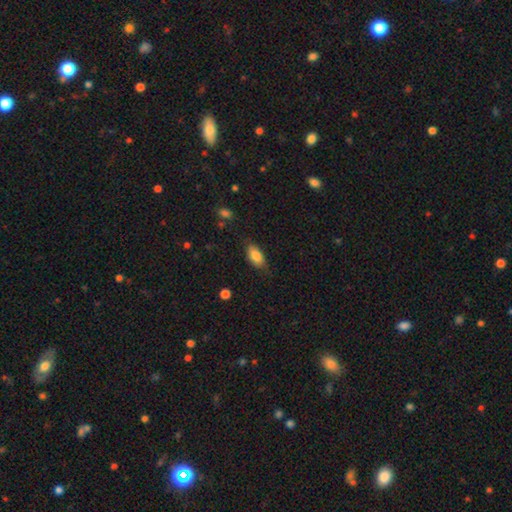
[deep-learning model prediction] smooth-or-featured: smooth: 83% | featured or disk: 10% | star or artifact: 7%
  how-rounded: in between: 90% | cigar-shaped: 7% | round: 4%
  merging: none: 76% | minor disturbance: 19% | major disturbance: 4% | merger: 1%